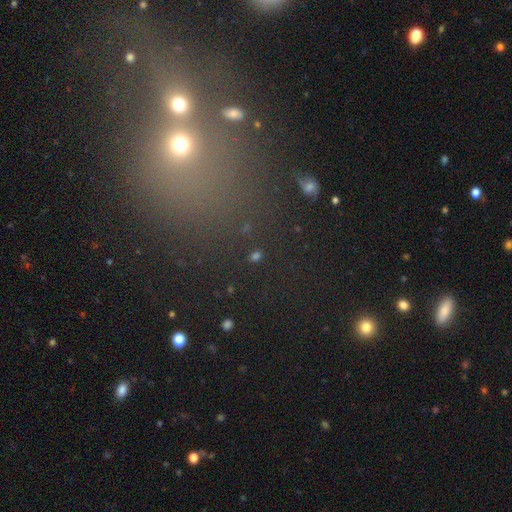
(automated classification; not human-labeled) A star or artifact, not a galaxy (47%).

Vote fractions:
- Smooth or featured? star or artifact: 47% / smooth: 41% / featured or disk: 12%